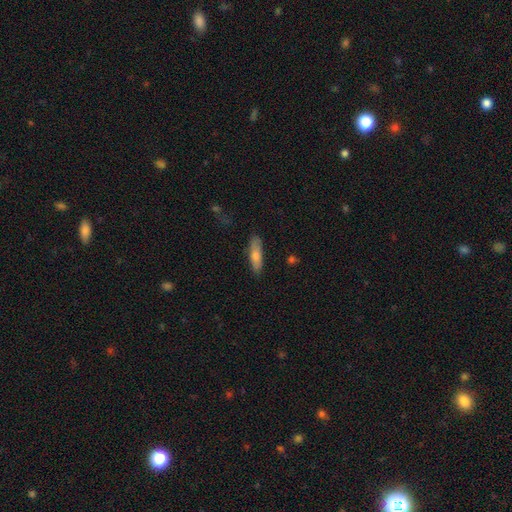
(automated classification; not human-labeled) Morphology: type=smooth (72%); roundness=cigar-shaped (62%); merging=none (83%).